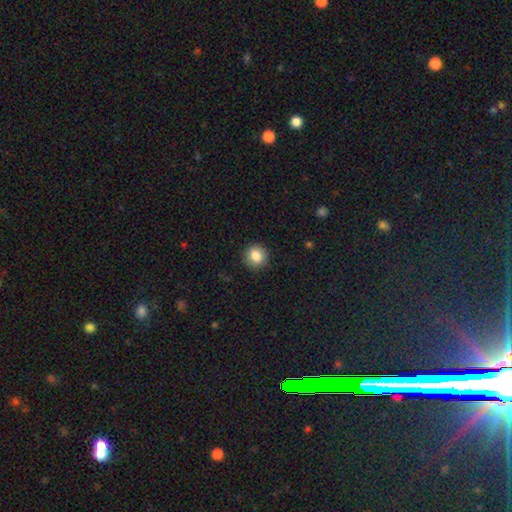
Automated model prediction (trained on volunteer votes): This appears to be a smooth galaxy with no disk features (85%) that is round (85%). Merging: none (90%).